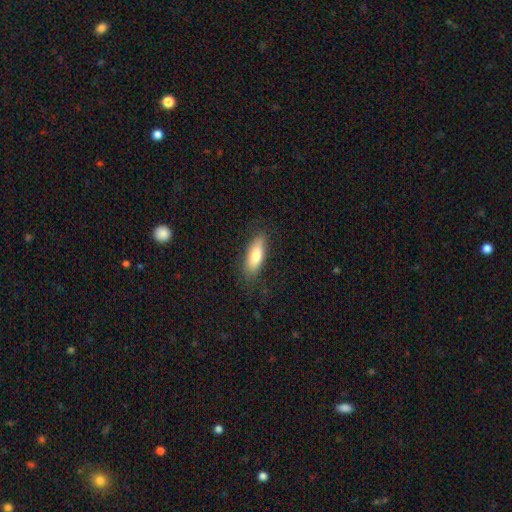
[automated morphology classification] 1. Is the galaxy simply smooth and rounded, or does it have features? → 78% smooth, 16% featured or disk, 6% star or artifact.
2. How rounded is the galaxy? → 69% in between, 29% cigar-shaped, 2% round.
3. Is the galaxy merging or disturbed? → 80% none, 15% minor disturbance, 4% major disturbance, 1% merger.